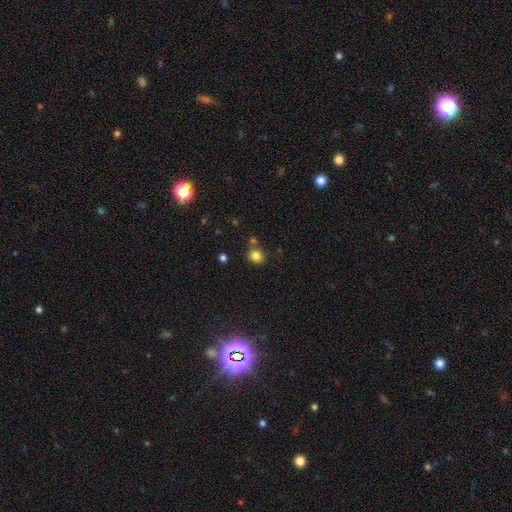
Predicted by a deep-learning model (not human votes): Morphology: type=smooth (82%); roundness=round (74%); merging=none (75%).